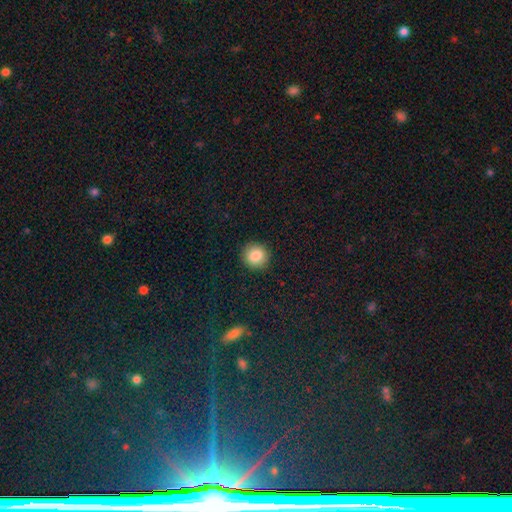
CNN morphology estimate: Overall: smooth (85%). How rounded: round (91%). Merging: none (92%).